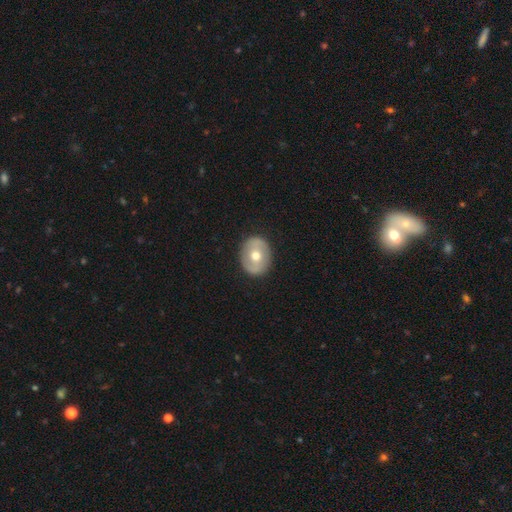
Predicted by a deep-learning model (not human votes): Smooth or featured?
  - featured or disk: 47% * (tied)
  - smooth: 47% * (tied)
  - star or artifact: 6%
Merging?
  - none: 87% *
  - minor disturbance: 9%
  - major disturbance: 3%
  - merger: 1%